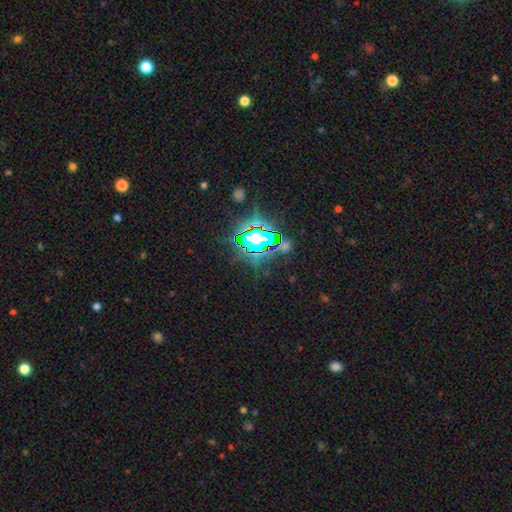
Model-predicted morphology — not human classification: Q: Smooth or featured?
A: star or artifact (82%); runner-up: smooth (11%)